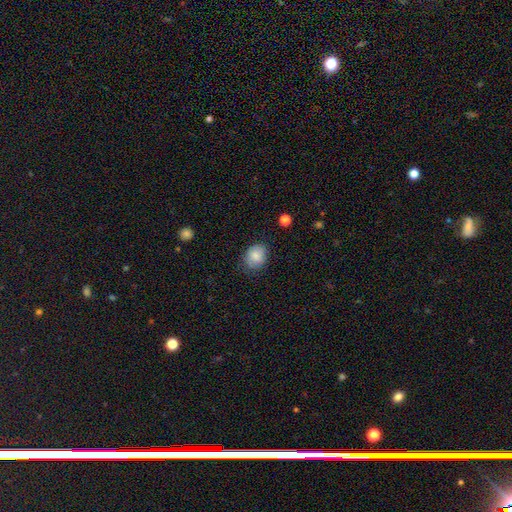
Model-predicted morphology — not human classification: smooth-or-featured: smooth: 82% | featured or disk: 9% | star or artifact: 8%
  how-rounded: round: 51% | in between: 48% | cigar-shaped: 1%
  merging: none: 75% | minor disturbance: 19% | major disturbance: 4% | merger: 1%